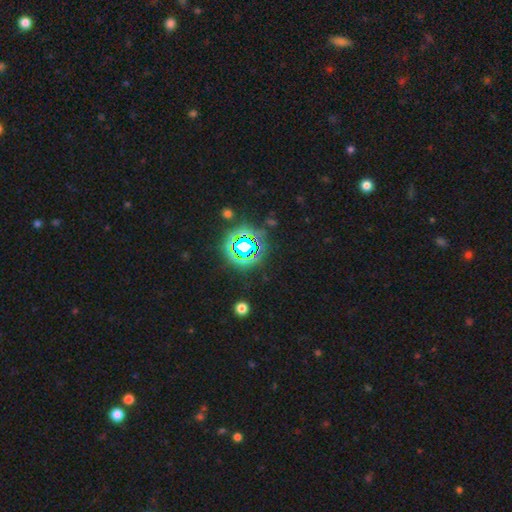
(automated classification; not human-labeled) This appears to be a star or artifact, not a galaxy (79%).